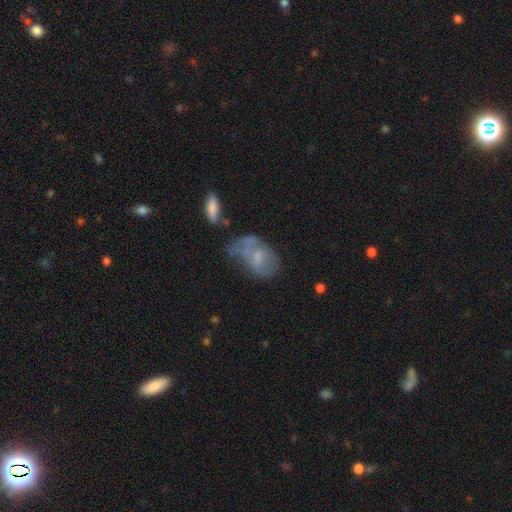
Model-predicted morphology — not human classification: A featured or disk galaxy (46%).

Vote fractions:
- Smooth or featured? featured or disk: 46% / smooth: 43% / star or artifact: 10%
- Merging? none: 31% / minor disturbance: 28% / major disturbance: 27% / merger: 13%